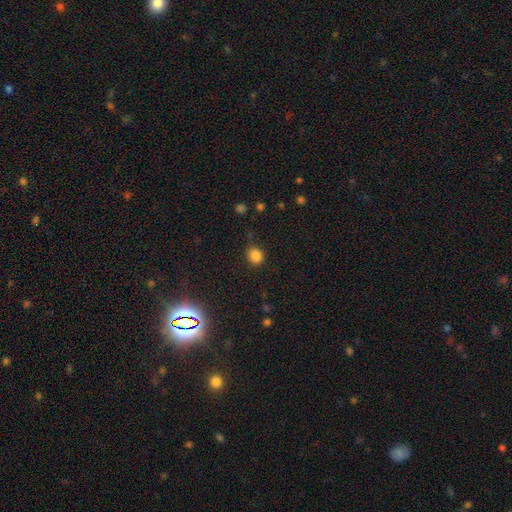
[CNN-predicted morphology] The model was most divided on "how rounded": round: 70%, in between: 29%, cigar-shaped: 1%. More confident: smooth or featured — smooth (84%); merging — none (80%).